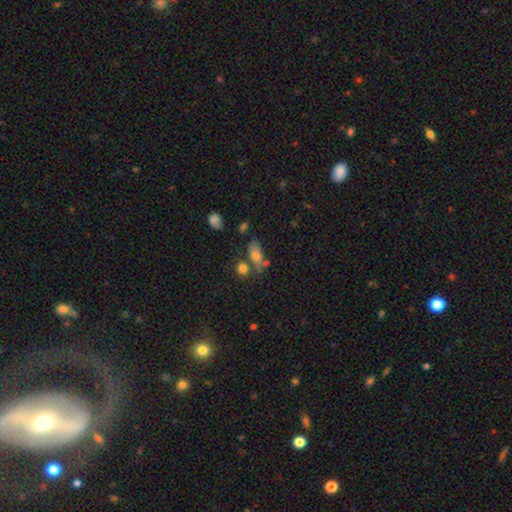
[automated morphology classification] A smooth galaxy with no disk features (70%) that is in between round and cigar-shaped (82%).

Vote fractions:
- Smooth or featured? smooth: 70% / featured or disk: 19% / star or artifact: 11%
- How rounded? in between: 82% / round: 11% / cigar-shaped: 6%
- Merging? none: 44% / merger: 24% / minor disturbance: 22% / major disturbance: 11%